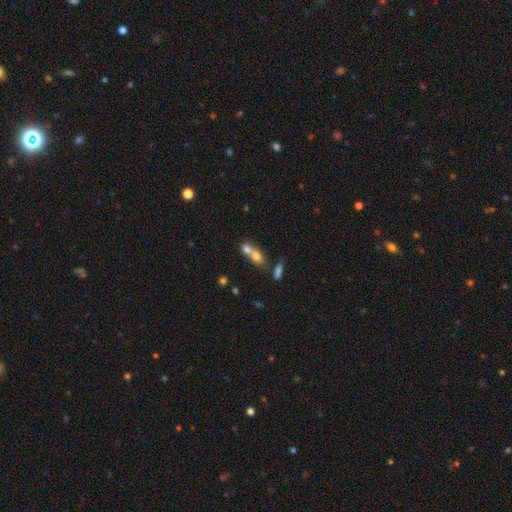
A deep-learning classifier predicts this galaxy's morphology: type=smooth (70%); roundness=in between (57%); merging=merger (71%).